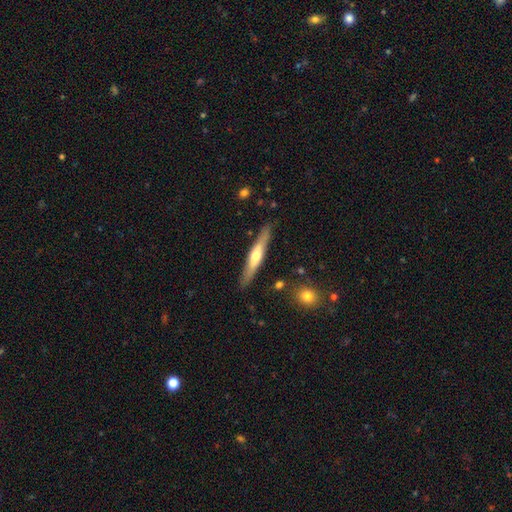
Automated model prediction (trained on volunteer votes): smooth-or-featured: featured or disk: 57% | smooth: 38% | star or artifact: 5%
  disk-edge-on: yes: 93% | no: 7%
    edge-on-bulge: rounded: 84% | none: 11% | boxy: 5%
  merging: none: 87% | minor disturbance: 9% | major disturbance: 2% | merger: 2%